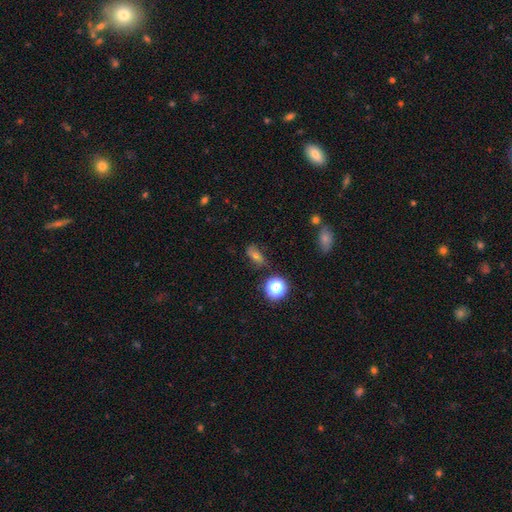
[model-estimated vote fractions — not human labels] smooth_or_featured: smooth (p=0.48) [alt: featured or disk p=0.28]
merging: none (p=0.68) [alt: minor disturbance p=0.21]